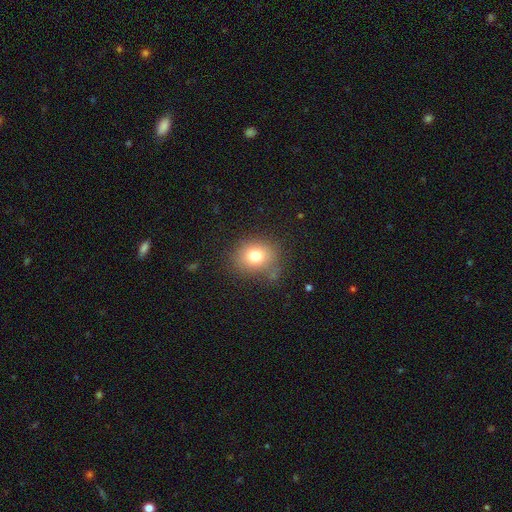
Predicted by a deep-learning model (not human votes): Overall: smooth (72%). How rounded: round (64%; in between 35%). Merging: none (74%).